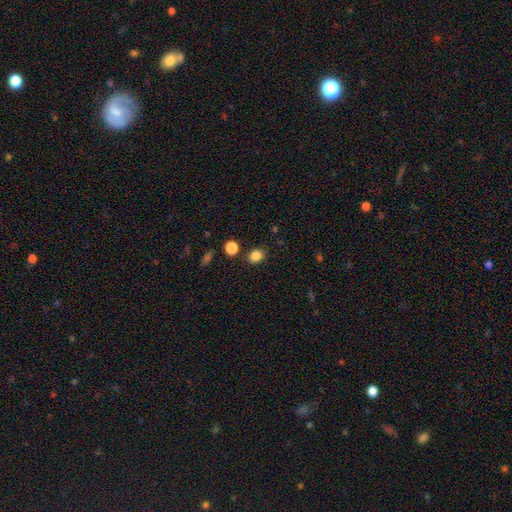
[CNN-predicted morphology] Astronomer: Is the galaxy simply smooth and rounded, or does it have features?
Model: smooth — 84%.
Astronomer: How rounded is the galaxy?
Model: round — 59% (runner-up: in between, 40%).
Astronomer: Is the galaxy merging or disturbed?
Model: none — 84%.